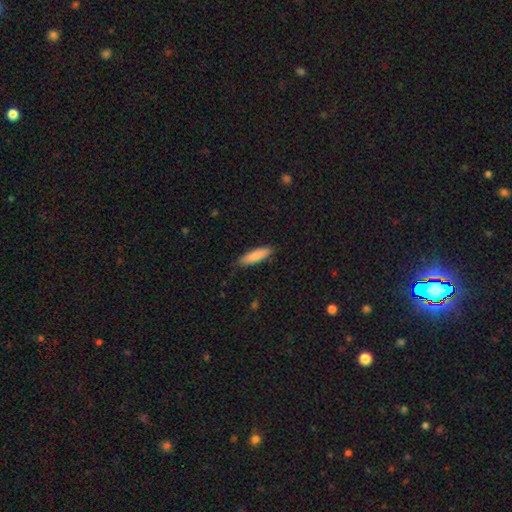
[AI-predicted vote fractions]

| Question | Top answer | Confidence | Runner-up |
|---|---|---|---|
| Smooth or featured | smooth | 86% | featured or disk (9%) |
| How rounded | cigar-shaped | 57% | in between (42%) |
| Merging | none | 85% | minor disturbance (11%) |